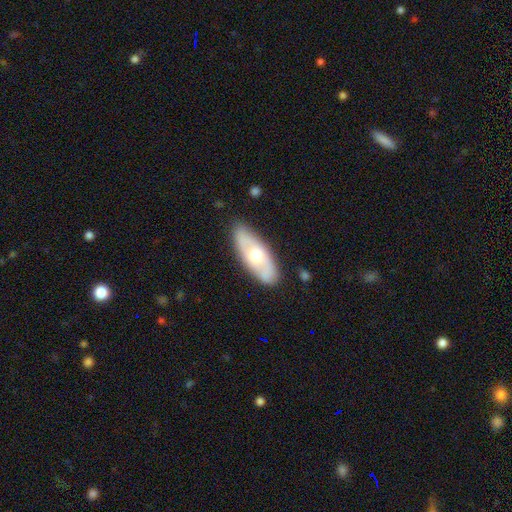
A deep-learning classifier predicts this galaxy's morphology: This is possibly a featured or disk galaxy (47%, tied with smooth). Merging: clearly none (83%).